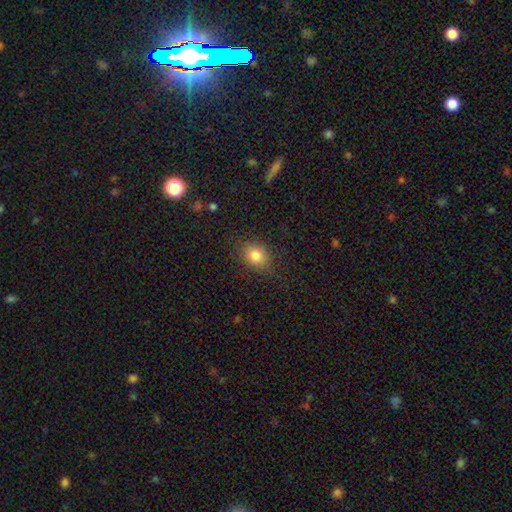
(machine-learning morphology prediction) The model was most divided on "how rounded": in between: 54%, round: 44%, cigar-shaped: 1%. More confident: smooth or featured — smooth (81%); merging — none (79%).